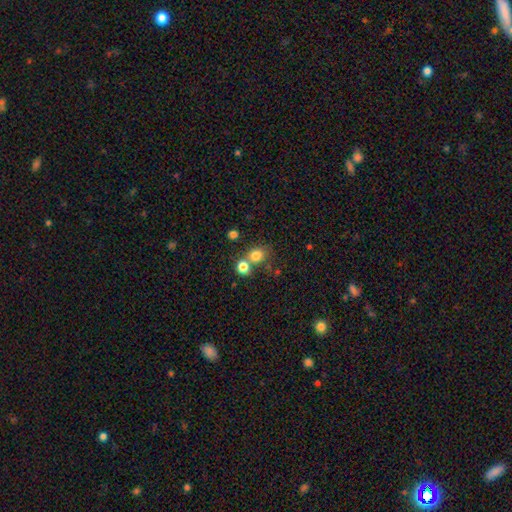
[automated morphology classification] Overall: smooth (79%). How rounded: round (74%). Merging: none (53%; merger 34%).